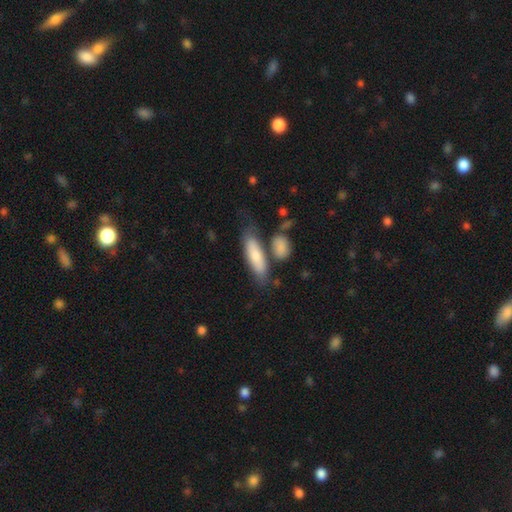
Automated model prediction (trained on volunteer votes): The model was most divided on "how rounded" (2-way tie): cigar-shaped: 49%, in between: 49%, round: 3%. More confident: smooth or featured — smooth (75%); merging — none (59%).